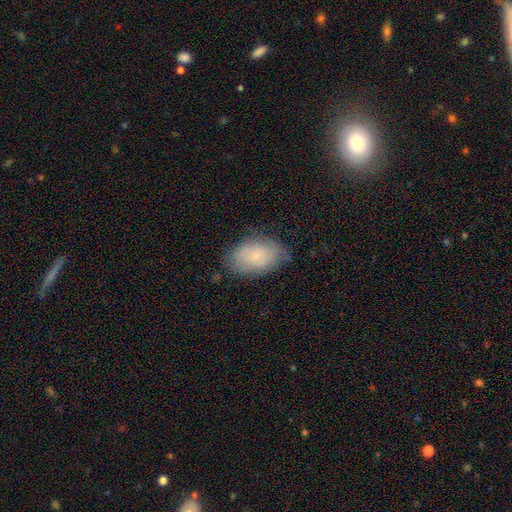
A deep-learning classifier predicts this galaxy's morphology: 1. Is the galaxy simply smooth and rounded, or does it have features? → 70% smooth, 22% featured or disk, 8% star or artifact.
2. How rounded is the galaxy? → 92% in between, 6% round, 2% cigar-shaped.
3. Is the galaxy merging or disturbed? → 74% none, 20% minor disturbance, 5% major disturbance, 1% merger.